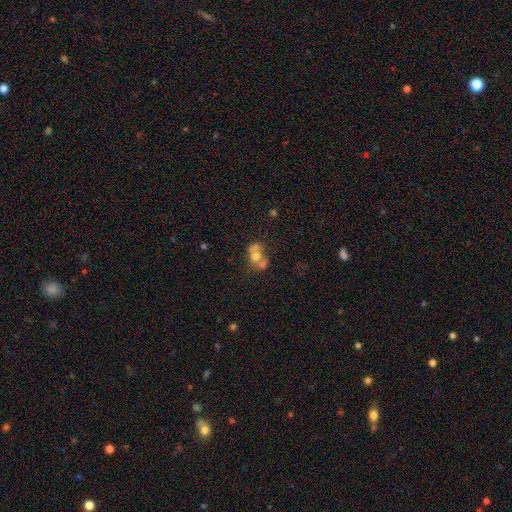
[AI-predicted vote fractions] A smooth galaxy with no disk features (58%) that is round (62%).

Vote fractions:
- Smooth or featured? smooth: 58% / featured or disk: 29% / star or artifact: 13%
- How rounded? round: 62% / in between: 37% / cigar-shaped: 1%
- Merging? merger: 61% / none: 25% / minor disturbance: 8% / major disturbance: 6%